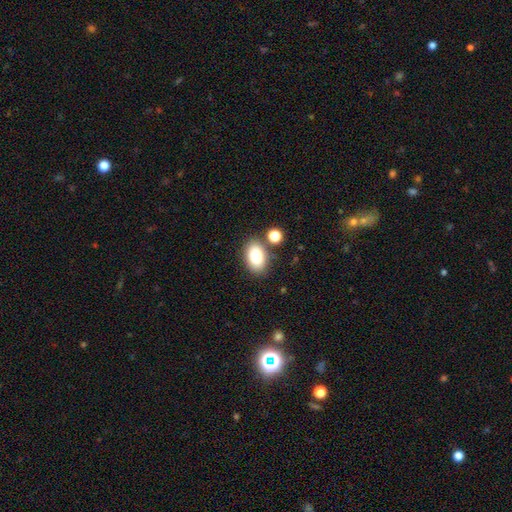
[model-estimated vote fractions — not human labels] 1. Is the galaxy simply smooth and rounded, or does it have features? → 85% smooth, 8% star or artifact, 7% featured or disk.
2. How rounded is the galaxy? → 90% in between, 9% round, 1% cigar-shaped.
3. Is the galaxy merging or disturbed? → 76% none, 12% minor disturbance, 9% merger, 3% major disturbance.